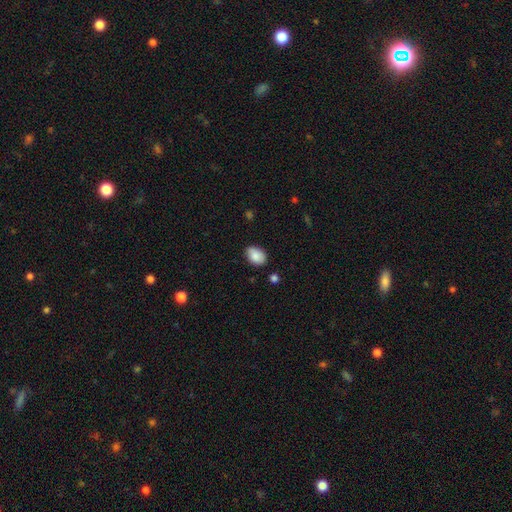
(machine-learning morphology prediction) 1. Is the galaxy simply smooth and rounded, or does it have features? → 86% smooth, 7% featured or disk, 7% star or artifact.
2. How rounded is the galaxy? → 83% in between, 16% round, 1% cigar-shaped.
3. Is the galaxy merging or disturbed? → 78% none, 17% minor disturbance, 3% major disturbance, 2% merger.